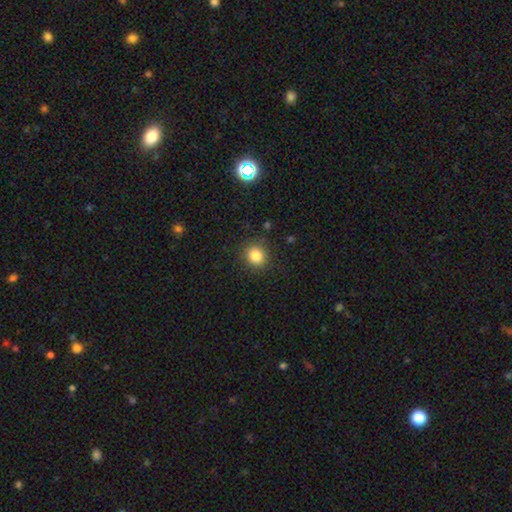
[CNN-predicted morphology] smooth_or_featured: smooth (p=0.83) [alt: star or artifact p=0.11]
how_rounded: round (p=0.83) [alt: in between p=0.16]
merging: none (p=0.88) [alt: minor disturbance p=0.08]